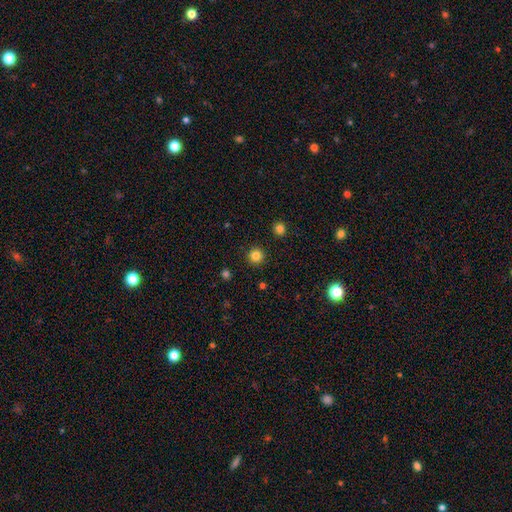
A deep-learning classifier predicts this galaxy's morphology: smooth_or_featured: smooth (p=0.83) [alt: star or artifact p=0.13]
how_rounded: round (p=0.95) [alt: in between p=0.04]
merging: none (p=0.93) [alt: minor disturbance p=0.04]